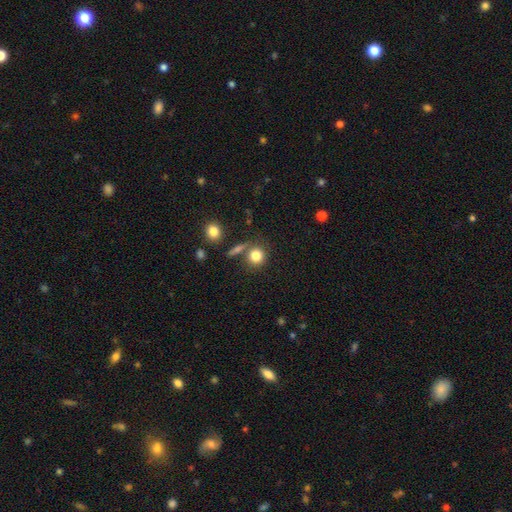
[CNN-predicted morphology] A smooth galaxy with no disk features (82%) that is round (85%).

Vote fractions:
- Smooth or featured? smooth: 82% / star or artifact: 11% / featured or disk: 7%
- How rounded? round: 85% / in between: 13% / cigar-shaped: 1%
- Merging? none: 68% / merger: 16% / minor disturbance: 11% / major disturbance: 5%